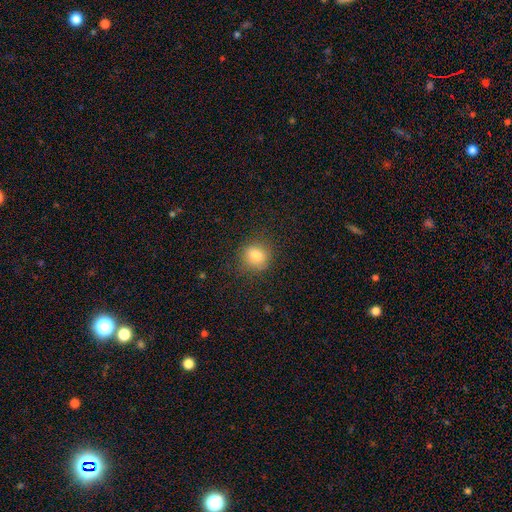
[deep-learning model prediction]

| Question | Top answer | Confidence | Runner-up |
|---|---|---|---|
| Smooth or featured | smooth | 82% | star or artifact (11%) |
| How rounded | round | 73% | in between (26%) |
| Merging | none | 83% | minor disturbance (12%) |